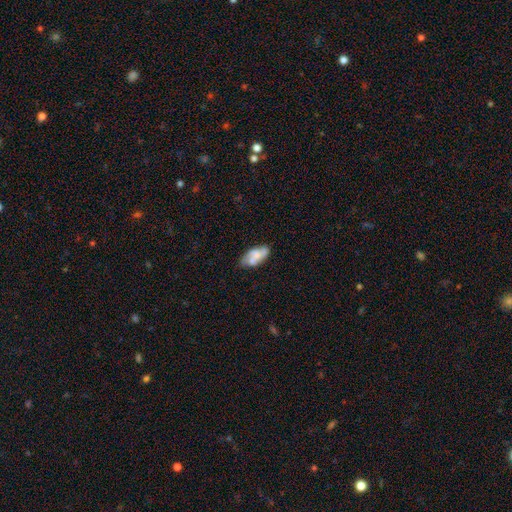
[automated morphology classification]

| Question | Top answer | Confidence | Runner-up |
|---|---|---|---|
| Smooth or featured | smooth | 53% | featured or disk (39%) |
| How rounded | in between | 90% | cigar-shaped (7%) |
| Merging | none | 61% | minor disturbance (24%) |